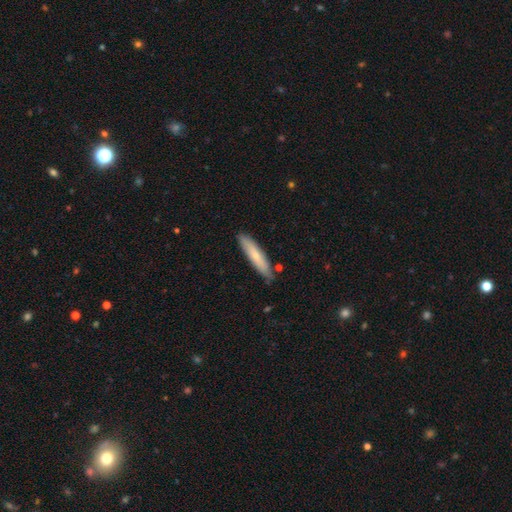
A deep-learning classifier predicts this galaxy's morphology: Overall: smooth (69%). How rounded: cigar-shaped (85%). Merging: none (84%).